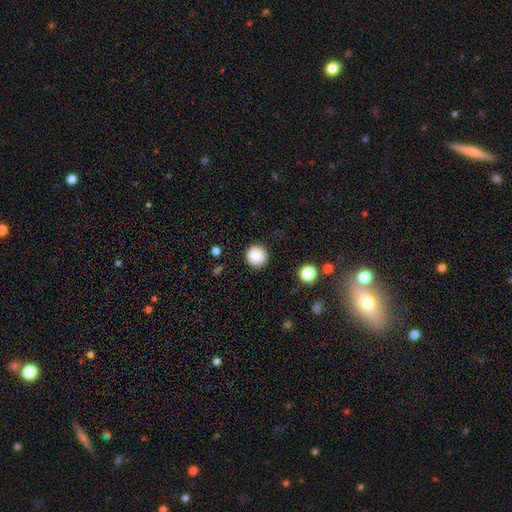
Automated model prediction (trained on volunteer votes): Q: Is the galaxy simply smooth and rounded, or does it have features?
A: smooth — 87%.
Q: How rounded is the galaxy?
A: round — 95%.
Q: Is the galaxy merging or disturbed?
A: none — 89%.